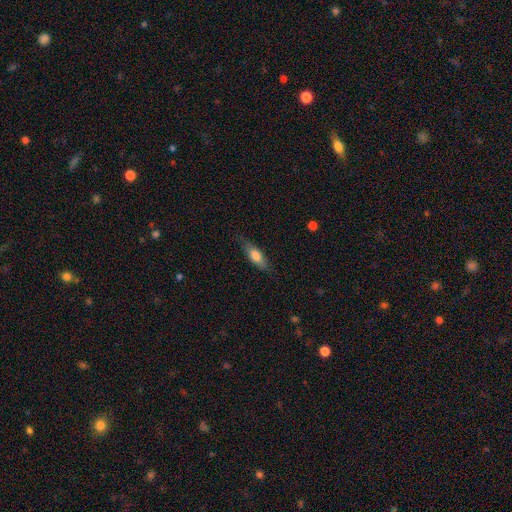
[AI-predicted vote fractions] smooth 70%, featured or disk 24%, star or artifact 6%. Down the decision tree: how rounded — in between (57%); merging — none (74%).